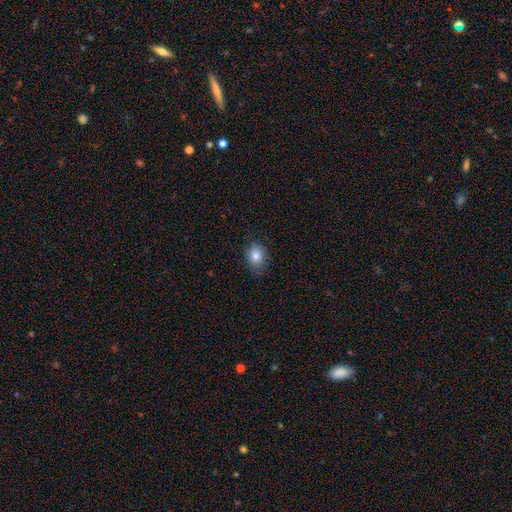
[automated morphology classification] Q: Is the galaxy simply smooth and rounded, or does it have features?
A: smooth — 82%.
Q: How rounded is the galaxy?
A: in between — 55%.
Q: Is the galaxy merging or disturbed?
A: none — 79%.